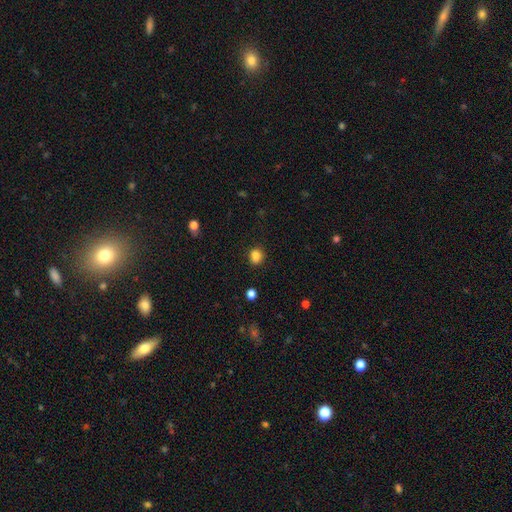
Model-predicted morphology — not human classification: Smooth or featured? smooth (85%)
How rounded? round (62%)
Merging? none (85%)